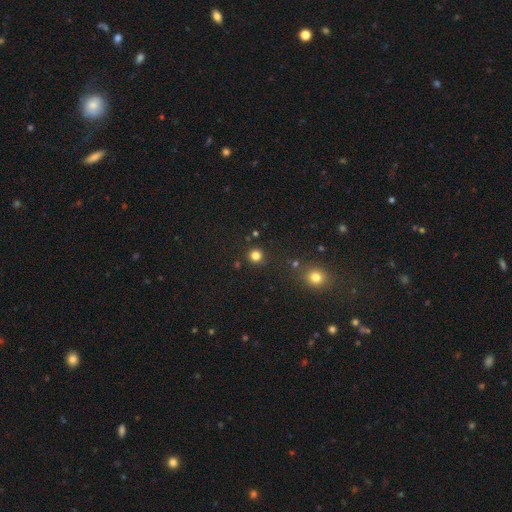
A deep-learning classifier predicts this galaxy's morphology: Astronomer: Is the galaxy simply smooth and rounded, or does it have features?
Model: smooth — 80%.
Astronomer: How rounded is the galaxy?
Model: round — 93%.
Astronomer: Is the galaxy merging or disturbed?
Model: none — 89%.